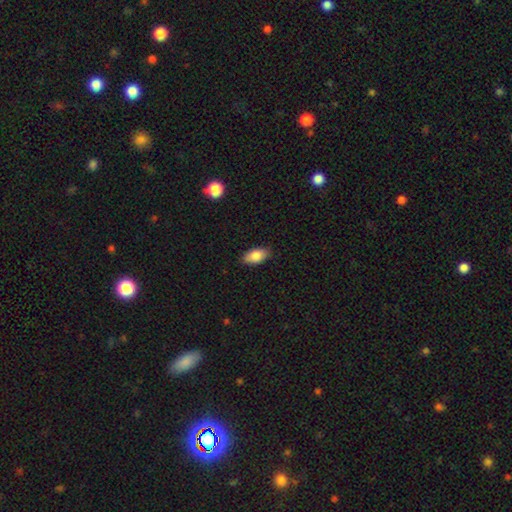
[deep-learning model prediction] smooth-or-featured: smooth: 85% | featured or disk: 8% | star or artifact: 7%
  how-rounded: in between: 92% | round: 4% | cigar-shaped: 4%
  merging: none: 86% | minor disturbance: 11% | major disturbance: 2% | merger: 1%